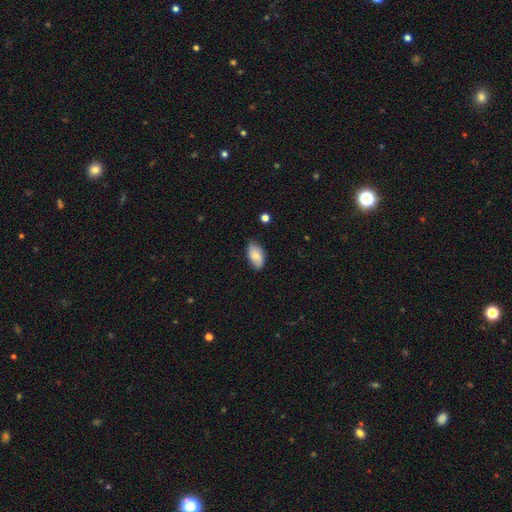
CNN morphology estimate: smooth-or-featured: smooth: 76% | featured or disk: 17% | star or artifact: 7%
  how-rounded: in between: 94% | round: 4% | cigar-shaped: 2%
  merging: none: 78% | minor disturbance: 18% | major disturbance: 3% | merger: 1%